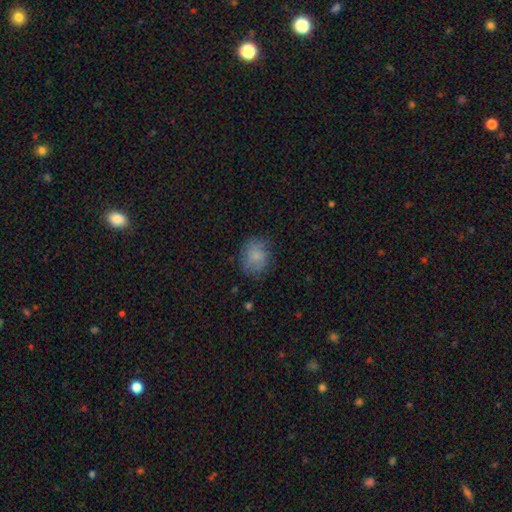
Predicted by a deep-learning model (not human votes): Smooth or featured? smooth (77%)
How rounded? round (61%)
Merging? none (73%)